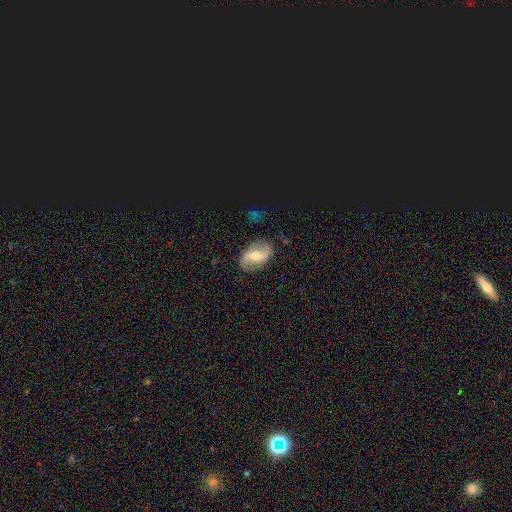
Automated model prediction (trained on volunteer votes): Smooth or featured: featured or disk — 74% (smooth — 19%)
Edge-on disk: no — 96% (yes — 4%)
Bar: weak — 42% (strong — 29%)
Spiral arms: yes — 91% (no — 9%)
Spiral winding: loose — 71% (medium — 22%)
Spiral arm count: 2 — 92% (can't tell — 3%)
Bulge size: moderate — 56% (small — 36%)
Merging: none — 82% (minor disturbance — 13%)